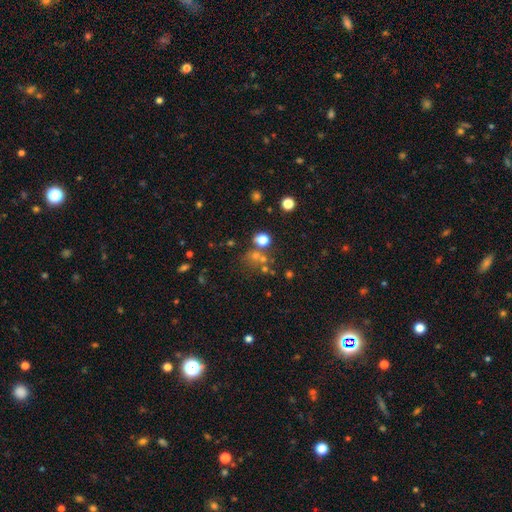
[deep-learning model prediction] This appears to be a star or artifact, not a galaxy (50%).